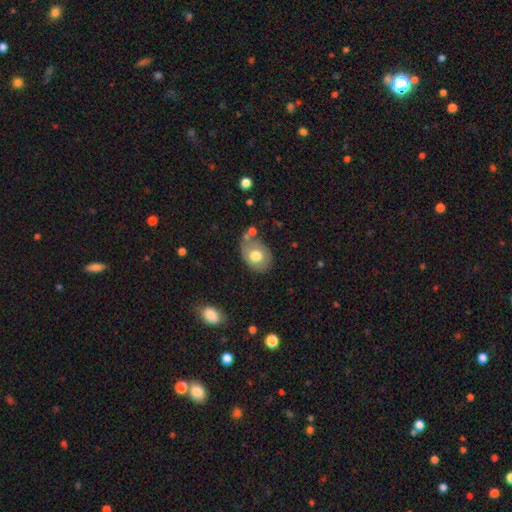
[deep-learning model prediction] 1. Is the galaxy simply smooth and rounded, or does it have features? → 69% smooth, 23% featured or disk, 8% star or artifact.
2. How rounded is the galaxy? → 68% in between, 31% round, 1% cigar-shaped.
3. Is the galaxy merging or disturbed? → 65% none, 19% minor disturbance, 9% merger, 6% major disturbance.